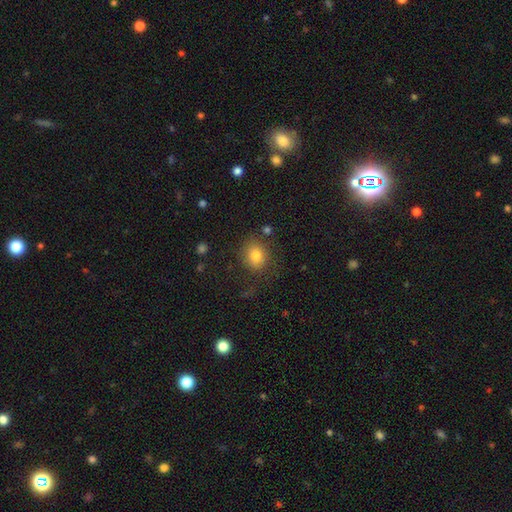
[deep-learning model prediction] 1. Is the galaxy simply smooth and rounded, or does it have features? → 81% smooth, 11% star or artifact, 8% featured or disk.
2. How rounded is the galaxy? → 69% round, 30% in between, 1% cigar-shaped.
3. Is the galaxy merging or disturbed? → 78% none, 13% minor disturbance, 6% major disturbance, 3% merger.